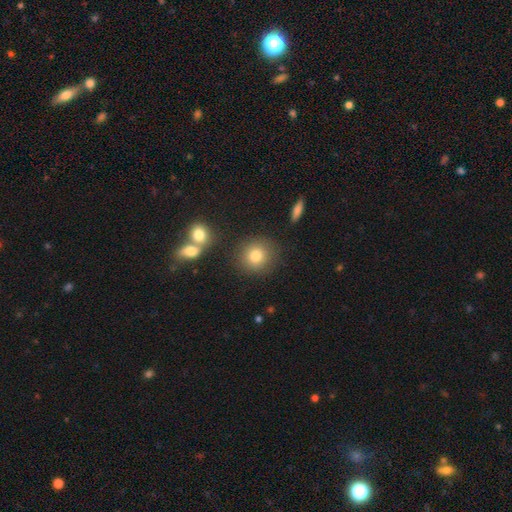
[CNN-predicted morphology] smooth_or_featured: smooth (p=0.80) [alt: star or artifact p=0.11]
how_rounded: round (p=0.89) [alt: in between p=0.10]
merging: none (p=0.82) [alt: minor disturbance p=0.08]